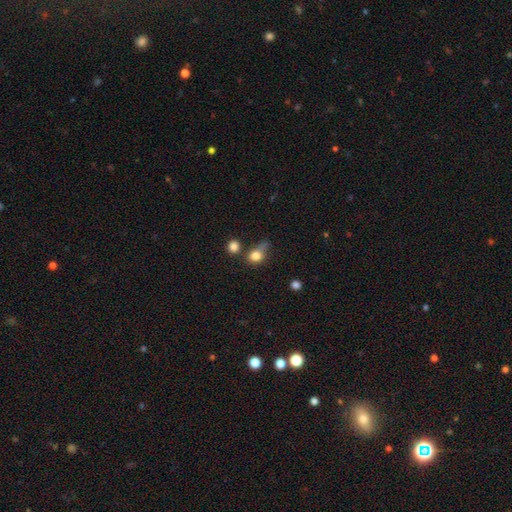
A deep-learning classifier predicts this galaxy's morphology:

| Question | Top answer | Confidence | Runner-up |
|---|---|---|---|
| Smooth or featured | smooth | 81% | star or artifact (11%) |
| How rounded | round | 70% | in between (28%) |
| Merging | none | 44% | minor disturbance (25%) |